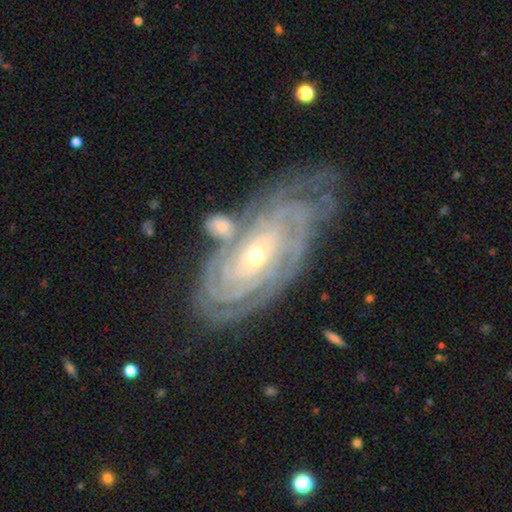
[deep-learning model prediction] featured or disk 90%, smooth 5%, star or artifact 5%. Down the decision tree: edge-on disk — no (94%); bar — no (67%); spiral arms — yes (97%); spiral arm count — can't tell (30%); spiral winding — tight (86%); bulge size — small (70%); merging — none (65%).